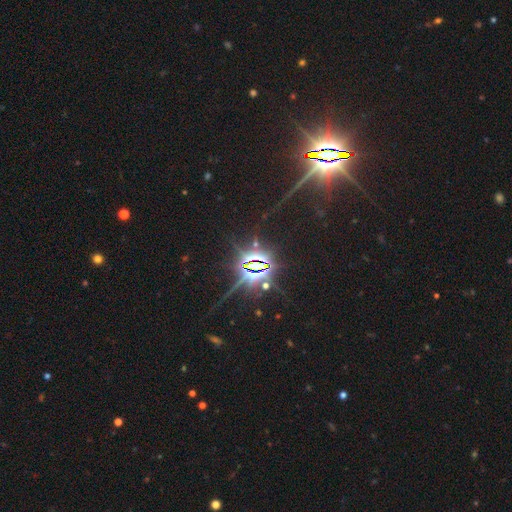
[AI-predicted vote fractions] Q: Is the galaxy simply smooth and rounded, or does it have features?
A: star or artifact — 87%.